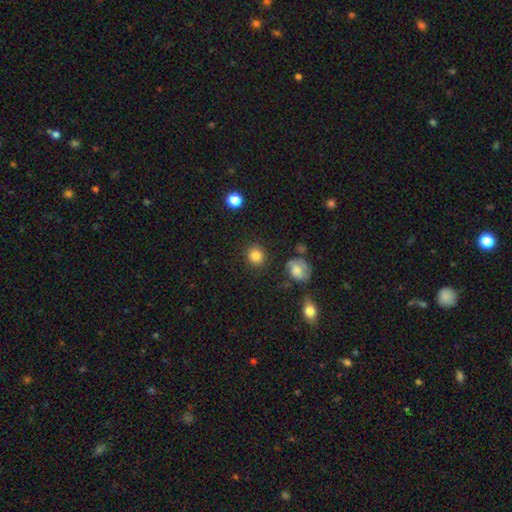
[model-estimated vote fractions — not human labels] This is clearly a smooth galaxy (84%). How rounded: clearly round (87%). Merging: clearly none (87%).